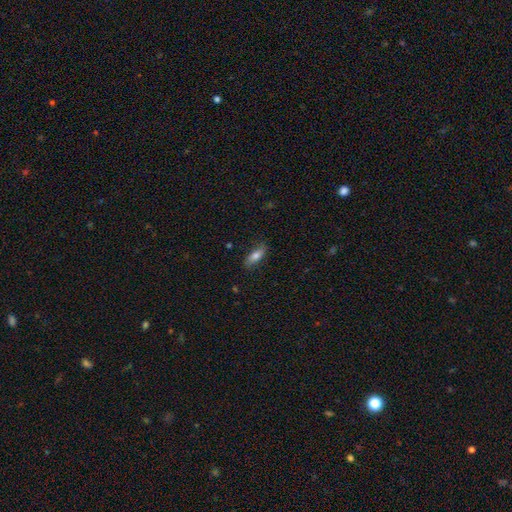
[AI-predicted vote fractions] smooth 76%, featured or disk 18%, star or artifact 7%. Down the decision tree: how rounded — in between (67%); merging — none (81%).